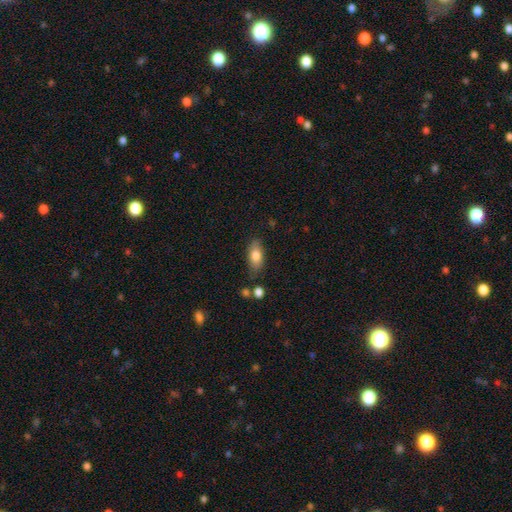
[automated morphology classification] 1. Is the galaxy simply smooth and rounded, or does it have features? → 79% smooth, 14% featured or disk, 7% star or artifact.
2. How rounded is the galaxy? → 87% in between, 9% cigar-shaped, 4% round.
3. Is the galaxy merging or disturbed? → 77% none, 15% minor disturbance, 4% merger, 4% major disturbance.